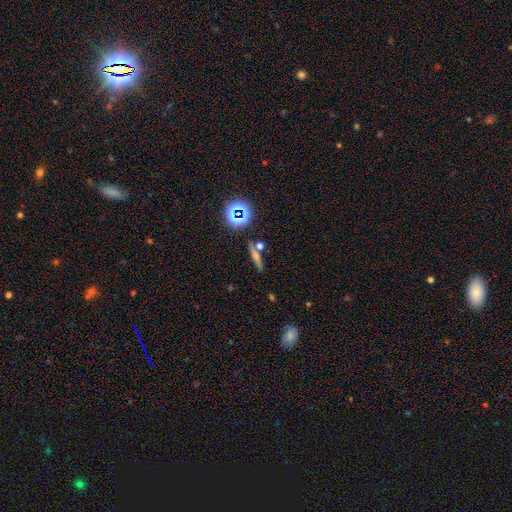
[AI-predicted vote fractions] Smooth or featured? Predicted: smooth (p=0.39, tied with featured or disk). Merging? Predicted: none (p=0.76).